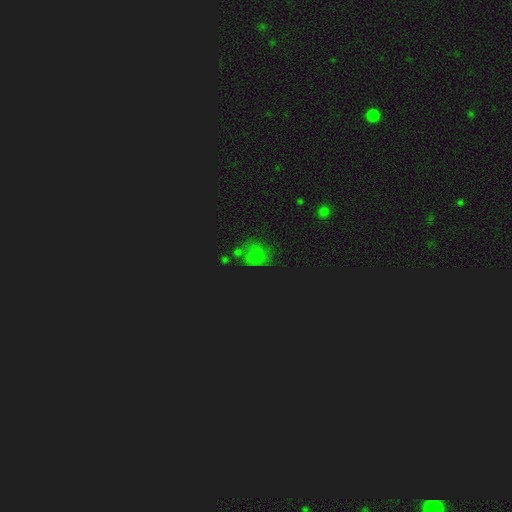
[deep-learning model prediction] star or artifact 42%, smooth 41%, featured or disk 17%.